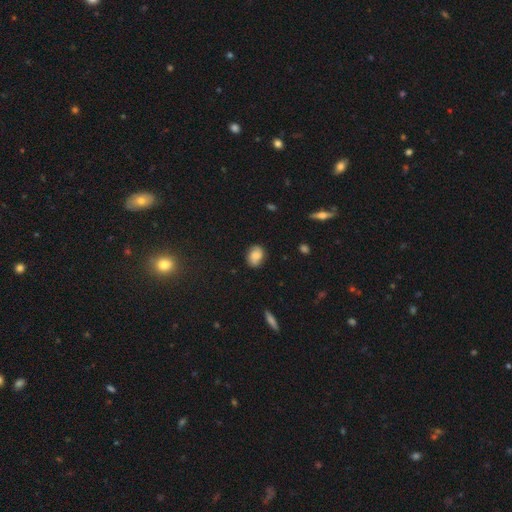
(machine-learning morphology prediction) A smooth galaxy with no disk features (71%) that is in between round and cigar-shaped (66%). Merging: none (78%).